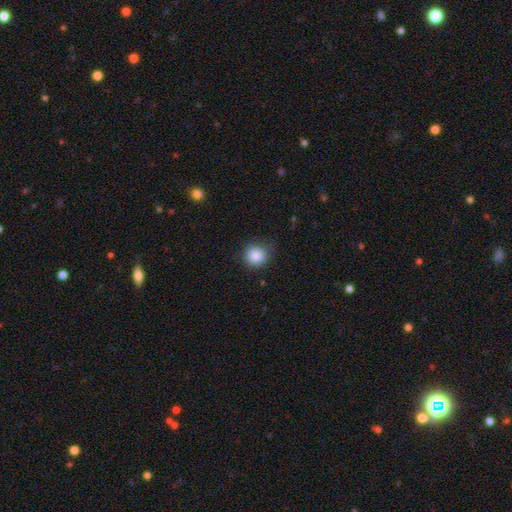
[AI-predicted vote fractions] This is clearly a smooth galaxy (86%). How rounded: clearly round (87%). Merging: likely none (77%).